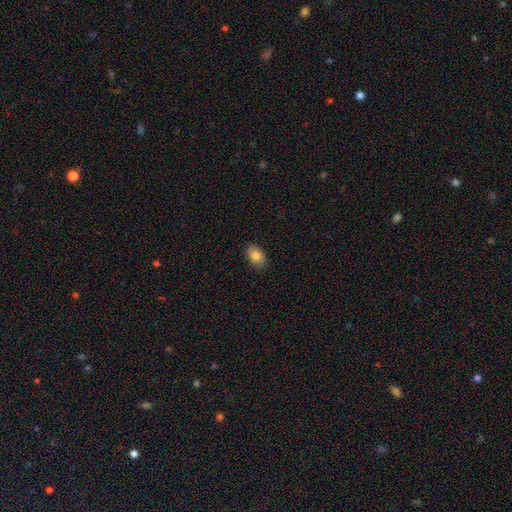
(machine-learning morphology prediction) Q: Smooth or featured?
A: smooth (85%); runner-up: star or artifact (8%)
Q: How rounded?
A: in between (81%); runner-up: round (18%)
Q: Merging?
A: none (87%); runner-up: minor disturbance (10%)